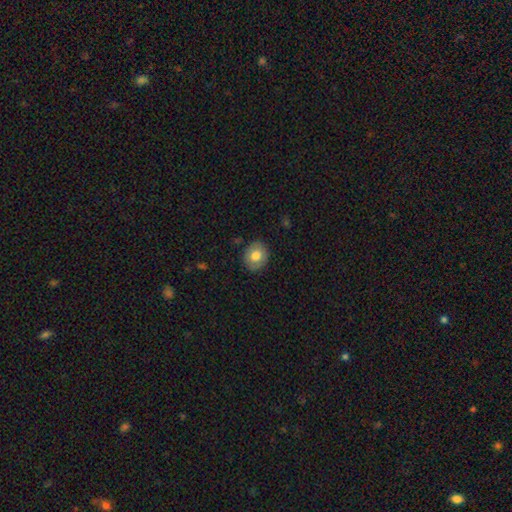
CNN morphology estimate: Q: Smooth or featured?
A: smooth (74%); runner-up: featured or disk (19%)
Q: How rounded?
A: round (61%); runner-up: in between (38%)
Q: Merging?
A: none (87%); runner-up: minor disturbance (10%)